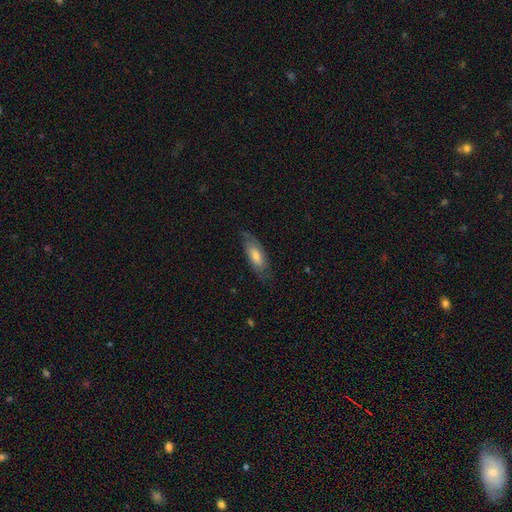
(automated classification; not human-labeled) Smooth or featured? smooth (50%)
How rounded? in between (67%)
Merging? none (72%)